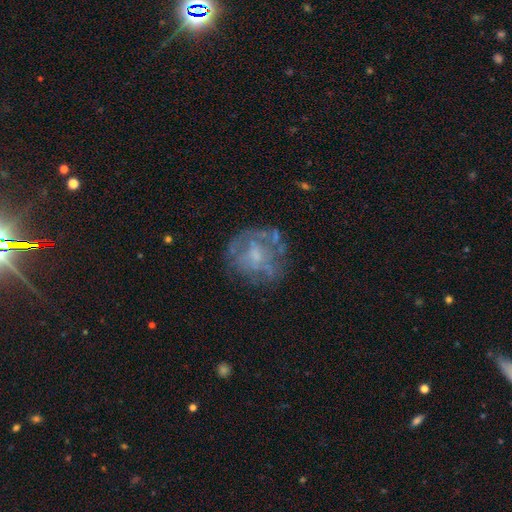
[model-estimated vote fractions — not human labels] smooth-or-featured: featured or disk: 62% | smooth: 27% | star or artifact: 11%
  disk-edge-on: no: 98% | yes: 2%
    bar: no: 79% | weak: 18% | strong: 3%
    has-spiral-arms: no: 71% | yes: 29%
    bulge-size: small: 40% | moderate: 34% | none: 22% | large: 3% | dominant: 1%
  merging: none: 62% | minor disturbance: 19% | major disturbance: 16% | merger: 3%